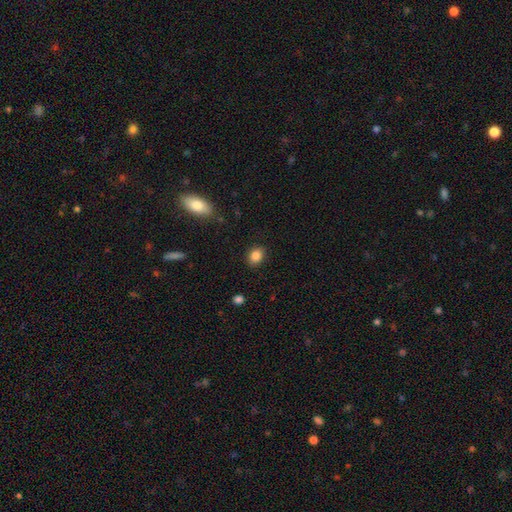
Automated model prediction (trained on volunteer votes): Smooth or featured? smooth (87%)
How rounded? in between (63%)
Merging? none (86%)